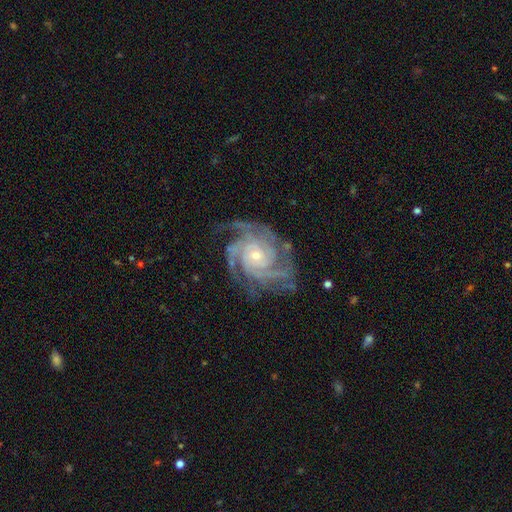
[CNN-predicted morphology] A featured or disk galaxy (93%) with no bar (74%), 3 (33%) tight (69%) spiral arms (99%) and a small central bulge (71%). Merging: none (74%).